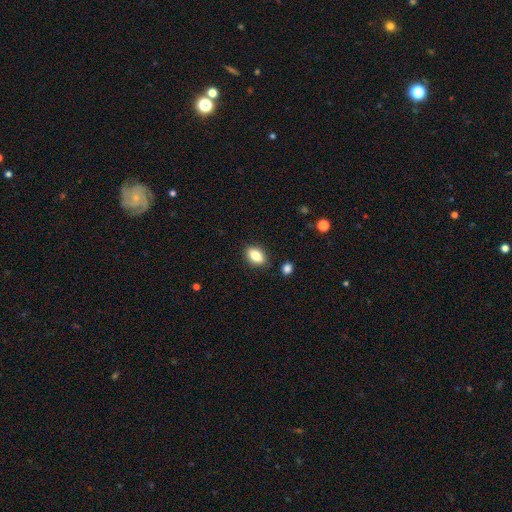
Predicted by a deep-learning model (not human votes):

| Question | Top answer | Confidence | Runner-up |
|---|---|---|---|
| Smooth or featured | smooth | 85% | star or artifact (8%) |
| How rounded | in between | 88% | round (9%) |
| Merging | none | 85% | minor disturbance (10%) |